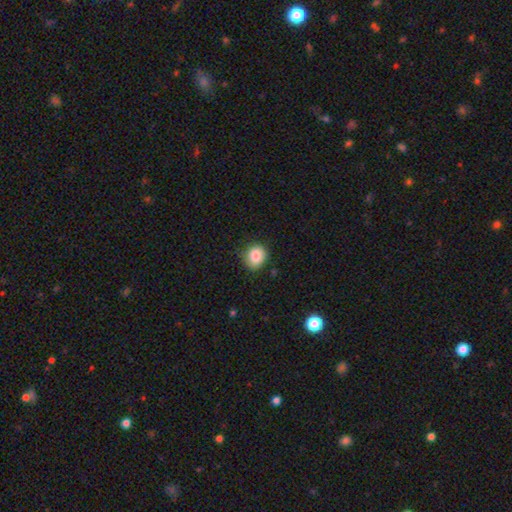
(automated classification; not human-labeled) Q: Smooth or featured?
A: smooth (84%); runner-up: star or artifact (9%)
Q: How rounded?
A: round (71%); runner-up: in between (28%)
Q: Merging?
A: none (79%); runner-up: minor disturbance (16%)